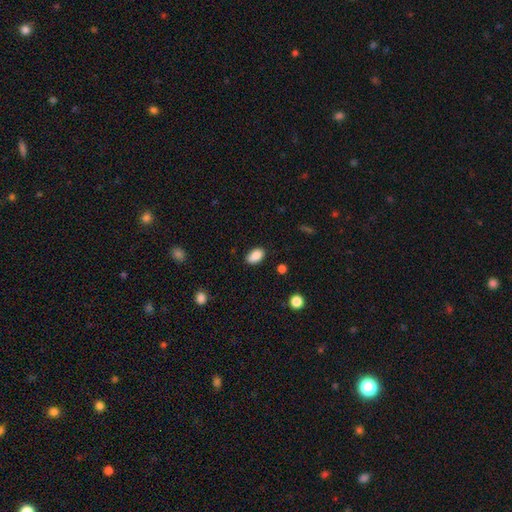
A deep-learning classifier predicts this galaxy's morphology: type=smooth (88%); roundness=in between (90%); merging=none (84%).